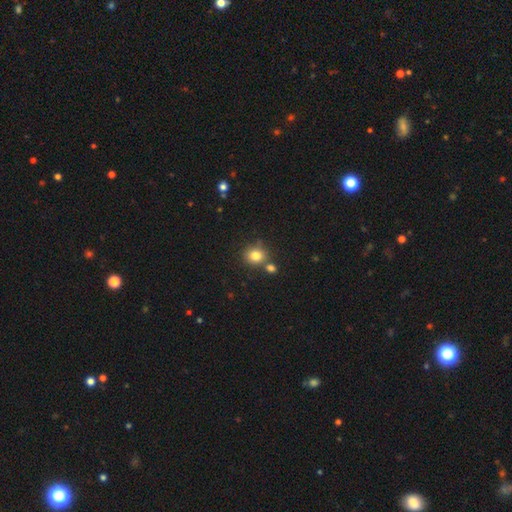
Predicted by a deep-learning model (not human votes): A smooth galaxy with no disk features (81%) that is round (80%).

Vote fractions:
- Smooth or featured? smooth: 81% / star or artifact: 12% / featured or disk: 7%
- How rounded? round: 80% / in between: 19% / cigar-shaped: 1%
- Merging? none: 69% / merger: 18% / minor disturbance: 10% / major disturbance: 3%